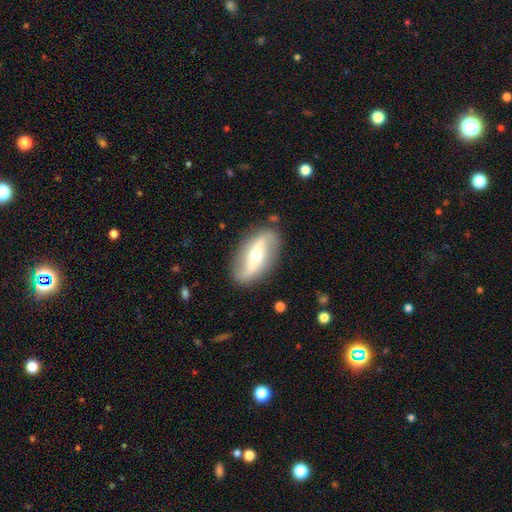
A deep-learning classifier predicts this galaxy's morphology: Smooth or featured? featured or disk (78%)
Edge-on disk? no (84%)
Bar? strong (53%)
Spiral arms? yes (79%)
Spiral winding? loose (80%)
Spiral arm count? 2 (91%)
Bulge size? moderate (53%)
Merging? none (85%)